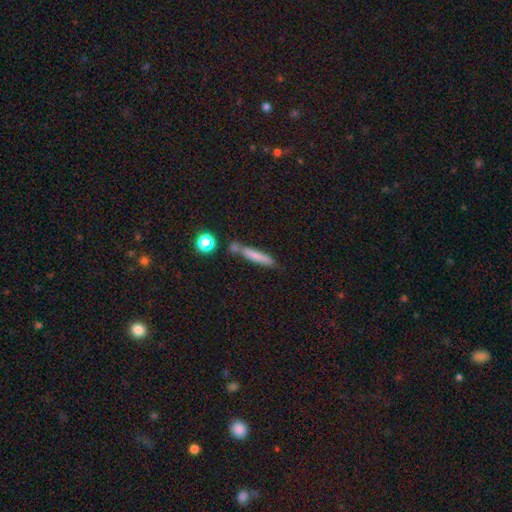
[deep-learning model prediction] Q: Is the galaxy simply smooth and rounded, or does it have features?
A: smooth — 71%.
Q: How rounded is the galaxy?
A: cigar-shaped — 89%.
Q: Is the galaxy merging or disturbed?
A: none — 62%.